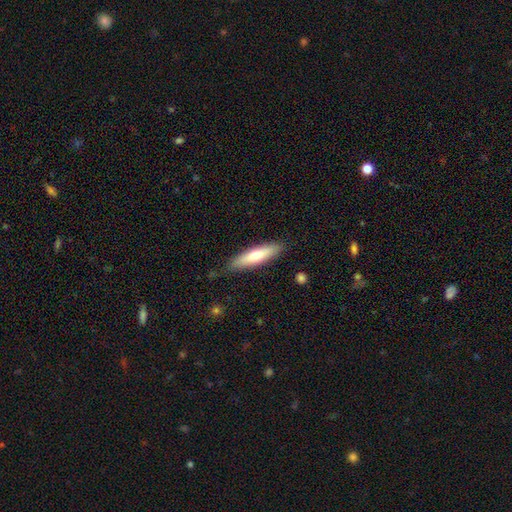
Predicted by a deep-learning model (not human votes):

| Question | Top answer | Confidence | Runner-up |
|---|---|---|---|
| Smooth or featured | smooth | 64% | featured or disk (30%) |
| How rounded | cigar-shaped | 73% | in between (26%) |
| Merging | none | 85% | minor disturbance (12%) |